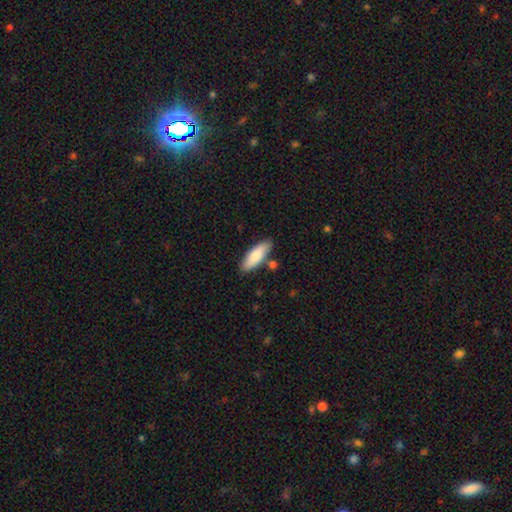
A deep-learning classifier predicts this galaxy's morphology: Smooth or featured: smooth — 83% (featured or disk — 11%)
How rounded: in between — 62% (cigar-shaped — 36%)
Merging: none — 78% (minor disturbance — 13%)